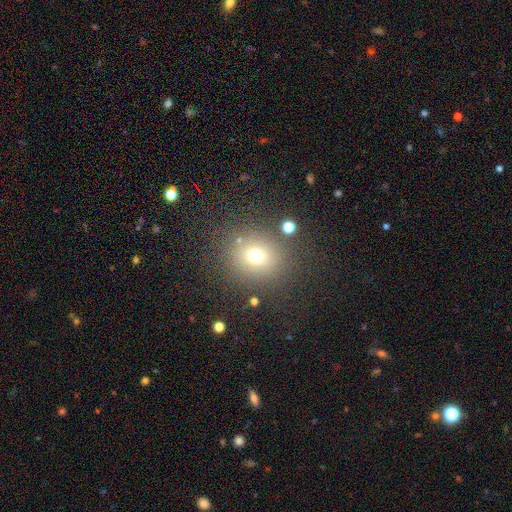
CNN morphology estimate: type=smooth (69%); roundness=round (80%); merging=none (83%).